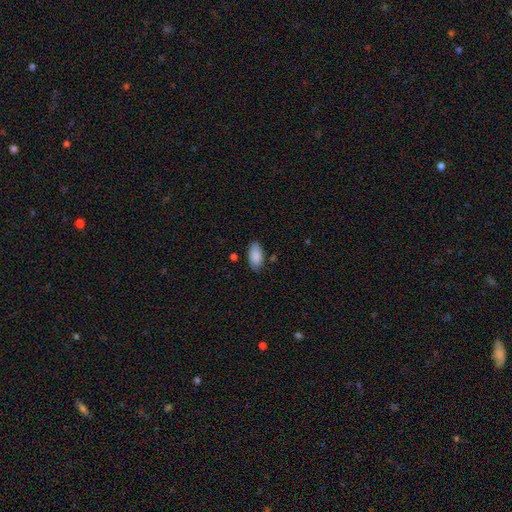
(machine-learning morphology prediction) Smooth or featured: smooth — 88% (star or artifact — 7%)
How rounded: in between — 94% (cigar-shaped — 4%)
Merging: none — 81% (minor disturbance — 14%)